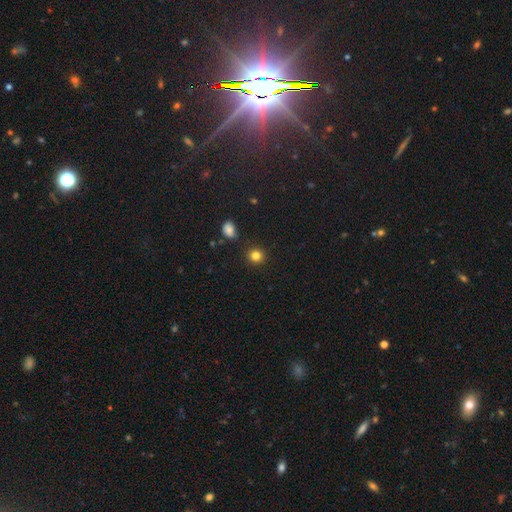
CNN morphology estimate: This appears to be a smooth galaxy with no disk features (83%) that is round (91%). Merging: none (89%).